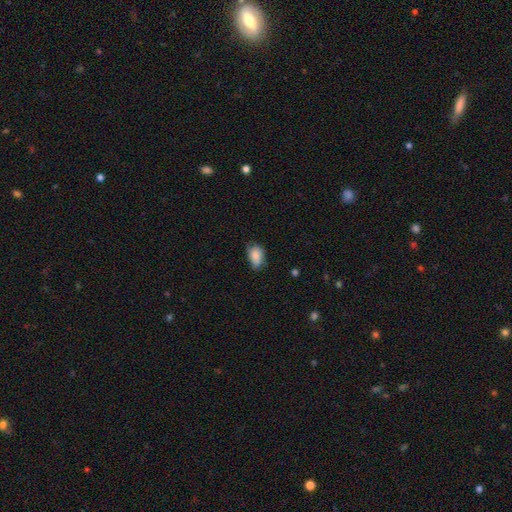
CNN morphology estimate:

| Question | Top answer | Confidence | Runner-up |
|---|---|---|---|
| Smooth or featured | smooth | 84% | featured or disk (9%) |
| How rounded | in between | 87% | round (11%) |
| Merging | none | 54% | minor disturbance (36%) |